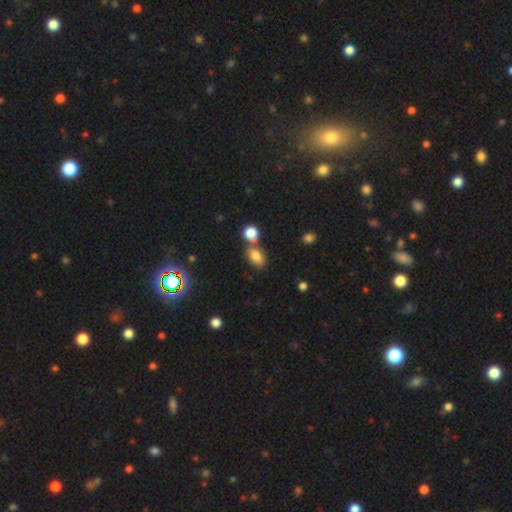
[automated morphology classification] Smooth or featured?
  - smooth: 78% *
  - star or artifact: 12%
  - featured or disk: 10%
How rounded?
  - in between: 83% *
  - round: 14%
  - cigar-shaped: 3%
Merging?
  - none: 53% *
  - merger: 31%
  - minor disturbance: 12%
  - major disturbance: 4%